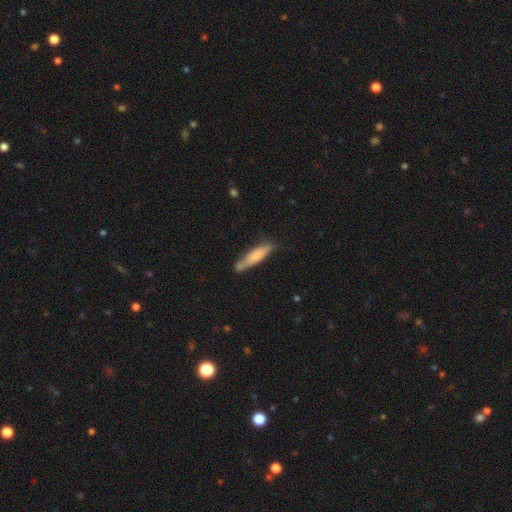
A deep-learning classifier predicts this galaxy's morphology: smooth 74%, featured or disk 20%, star or artifact 6%. Down the decision tree: how rounded — cigar-shaped (78%); merging — none (63%).